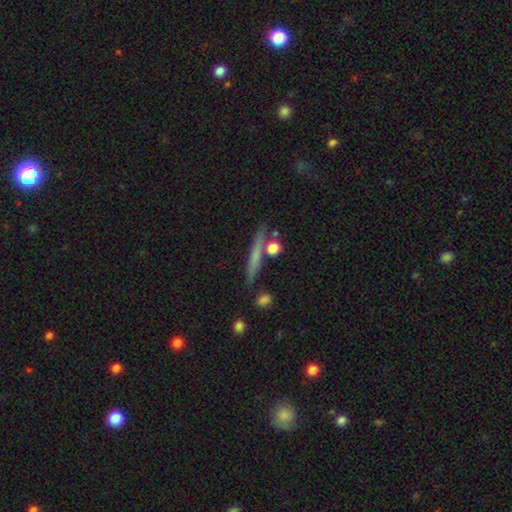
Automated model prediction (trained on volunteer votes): This appears to be a smooth galaxy with no disk features (53%) that is cigar-shaped (90%). Merging: none (81%).